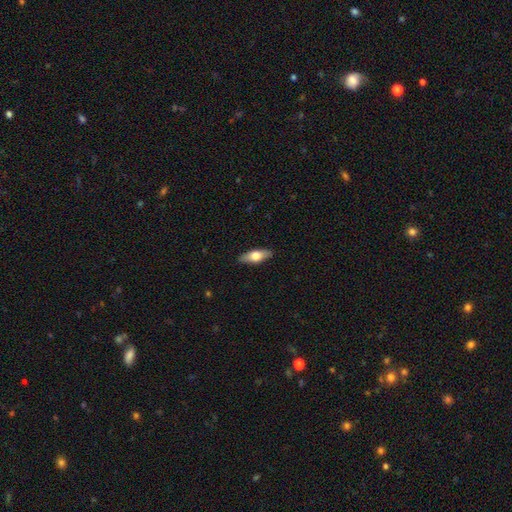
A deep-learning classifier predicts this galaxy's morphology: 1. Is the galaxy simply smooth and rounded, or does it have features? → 59% smooth, 35% featured or disk, 6% star or artifact.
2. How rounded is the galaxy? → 68% in between, 30% cigar-shaped, 3% round.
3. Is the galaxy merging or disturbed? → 88% none, 9% minor disturbance, 2% major disturbance, 1% merger.